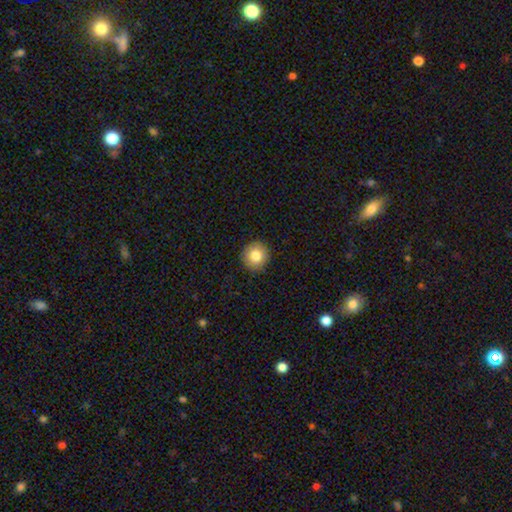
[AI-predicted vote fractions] smooth 81%, featured or disk 9%, star or artifact 9%. Down the decision tree: how rounded — round (93%); merging — none (91%).